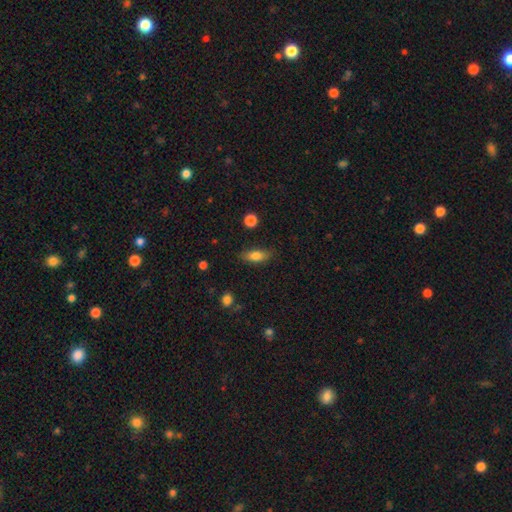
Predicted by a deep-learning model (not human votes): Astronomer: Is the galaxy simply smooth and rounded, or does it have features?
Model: smooth — 79%.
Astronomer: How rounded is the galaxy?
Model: in between — 74%.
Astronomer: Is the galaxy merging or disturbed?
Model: none — 81%.